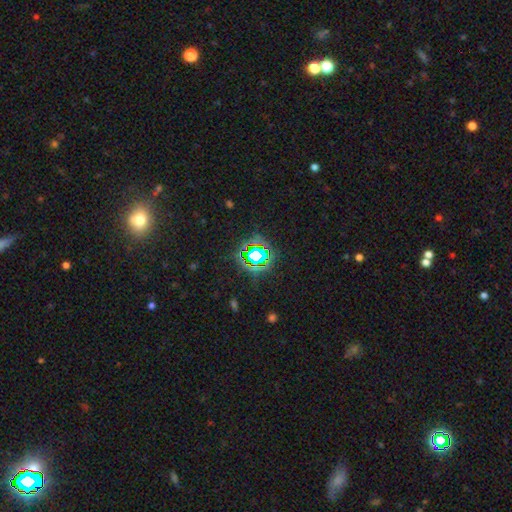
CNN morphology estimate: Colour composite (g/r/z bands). It shows a star or artifact, not a galaxy (72%).